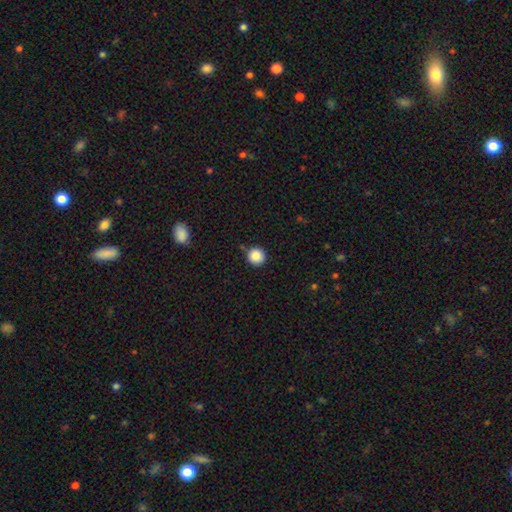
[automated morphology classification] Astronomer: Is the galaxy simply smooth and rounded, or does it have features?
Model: smooth — 87%.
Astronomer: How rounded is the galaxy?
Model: round — 95%.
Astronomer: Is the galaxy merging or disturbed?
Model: none — 88%.